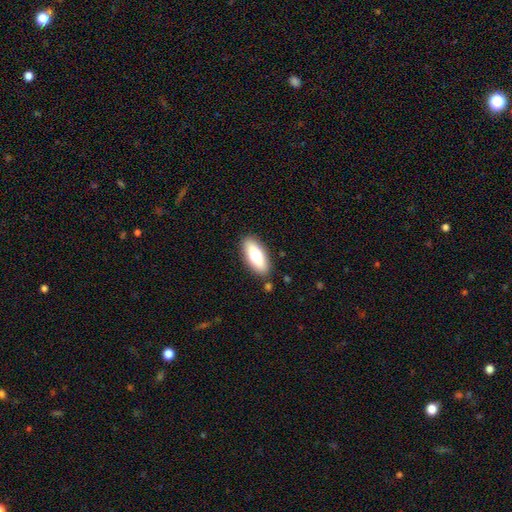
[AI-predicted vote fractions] The model was most divided on "smooth or featured": smooth: 71%, featured or disk: 23%, star or artifact: 6%. More confident: merging — none (86%); how rounded — in between (78%).